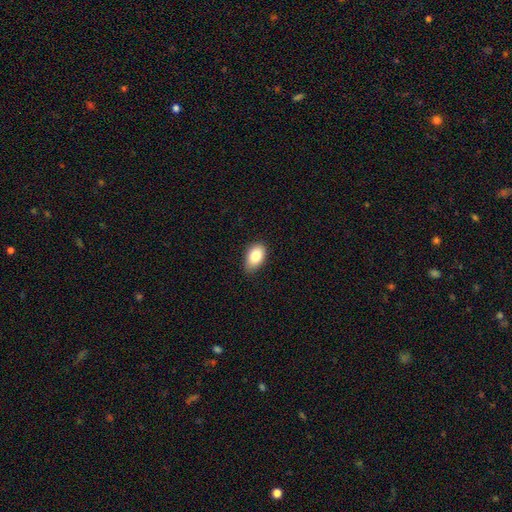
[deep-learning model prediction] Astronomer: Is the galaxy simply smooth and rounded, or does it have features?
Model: smooth — 83%.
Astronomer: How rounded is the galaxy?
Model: in between — 90%.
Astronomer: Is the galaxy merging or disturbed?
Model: none — 74%.